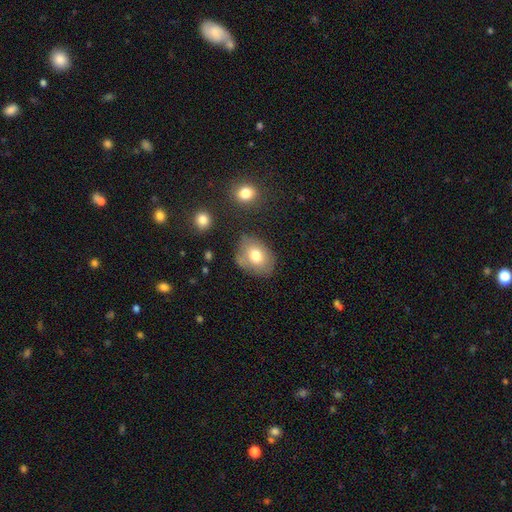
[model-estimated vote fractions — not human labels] smooth 75%, featured or disk 17%, star or artifact 9%. Down the decision tree: how rounded — in between (73%); merging — none (66%).